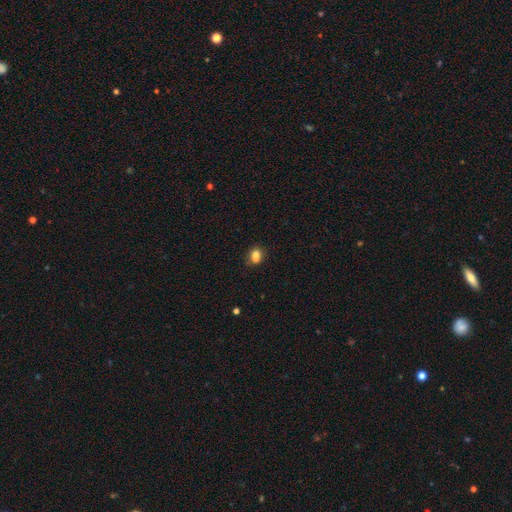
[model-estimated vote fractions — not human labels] Smooth or featured? smooth (79%)
How rounded? in between (53%)
Merging? none (58%)